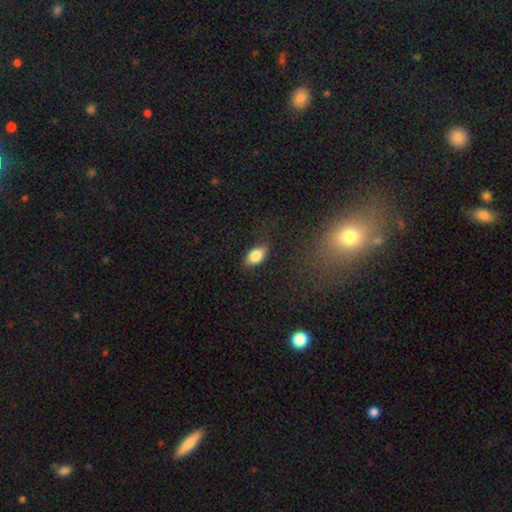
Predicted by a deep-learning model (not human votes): The model was most divided on "merging": none: 79%, minor disturbance: 16%, major disturbance: 4%, merger: 1%. More confident: how rounded — in between (88%); smooth or featured — smooth (81%).